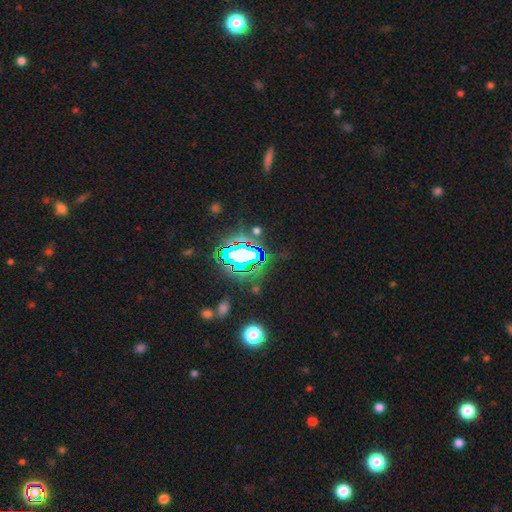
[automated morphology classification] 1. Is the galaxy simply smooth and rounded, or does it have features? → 78% star or artifact, 13% smooth, 9% featured or disk.